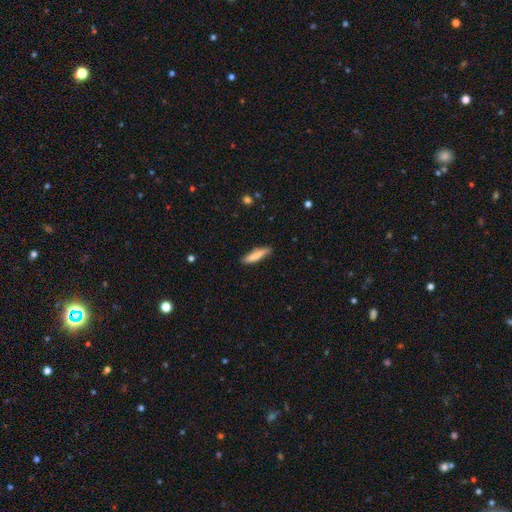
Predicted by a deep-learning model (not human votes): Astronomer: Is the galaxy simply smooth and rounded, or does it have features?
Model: smooth — 76%.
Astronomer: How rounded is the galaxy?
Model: cigar-shaped — 81%.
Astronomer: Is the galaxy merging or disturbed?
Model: none — 83%.